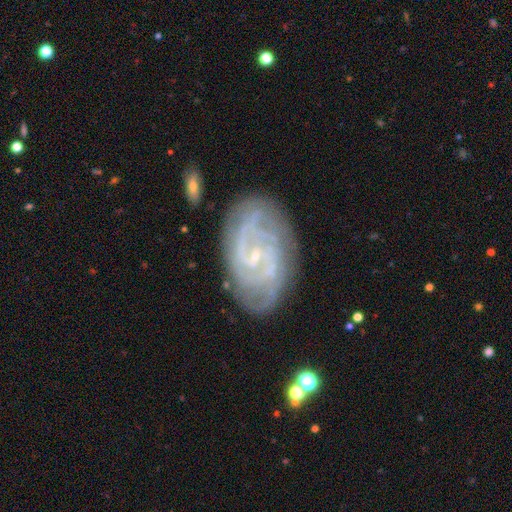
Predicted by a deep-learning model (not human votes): A featured or disk galaxy (88%) with no bar (46%), 2 (33%) tight (64%) spiral arms (97%) and a small central bulge (85%).

Vote fractions:
- Smooth or featured? featured or disk: 88% / star or artifact: 6% / smooth: 6%
- Edge-on disk? no: 97% / yes: 3%
- Bar? no: 46% / weak: 41% / strong: 12%
- Spiral arms? yes: 97% / no: 3%
- Spiral winding? tight: 64% / medium: 30% / loose: 6%
- Spiral arm count? 2: 33% / can't tell: 21% / 3: 19% / 4: 13% / more than 4: 7% / 1: 7%
- Bulge size? small: 85% / moderate: 10% / none: 3% / large: 1% / dominant: 1%
- Merging? none: 79% / minor disturbance: 15% / major disturbance: 4% / merger: 2%